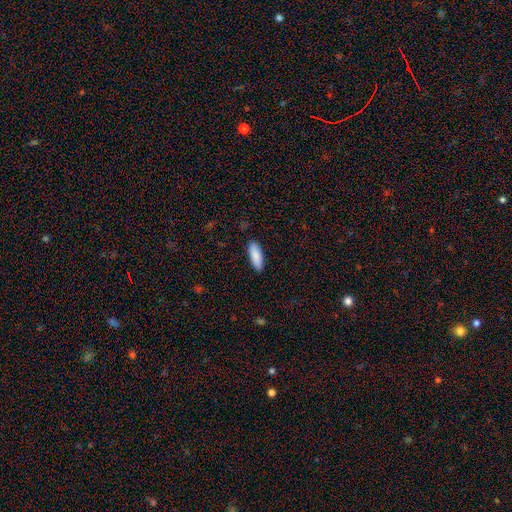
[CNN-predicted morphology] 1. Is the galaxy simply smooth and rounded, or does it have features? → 88% smooth, 6% featured or disk, 5% star or artifact.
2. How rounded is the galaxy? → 61% in between, 37% cigar-shaped, 2% round.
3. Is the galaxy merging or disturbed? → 89% none, 8% minor disturbance, 2% major disturbance, 1% merger.